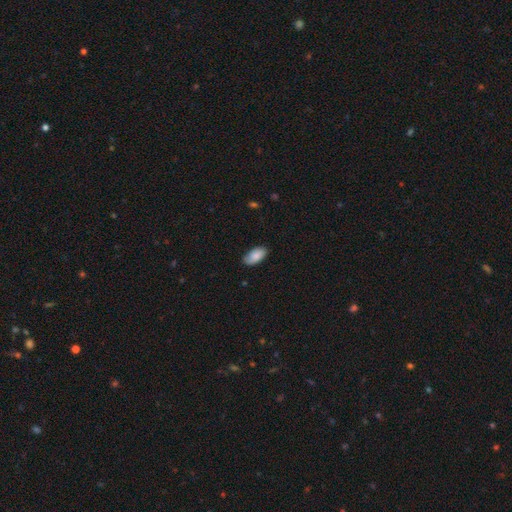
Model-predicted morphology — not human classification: This is clearly a smooth galaxy (85%). How rounded: clearly in between (95%). Merging: likely none (79%).